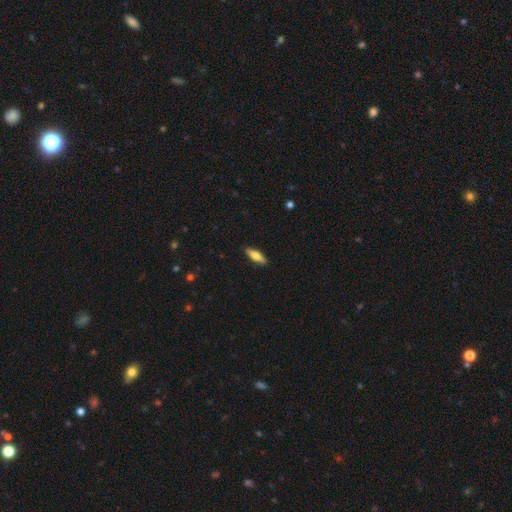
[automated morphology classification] Smooth or featured? smooth (64%)
How rounded? cigar-shaped (50%)
Merging? none (90%)